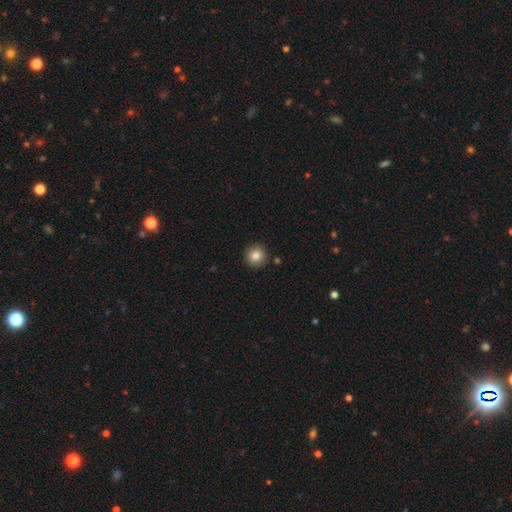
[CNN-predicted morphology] The model was most divided on "smooth or featured": smooth: 83%, star or artifact: 10%, featured or disk: 7%. More confident: how rounded — round (95%); merging — none (90%).